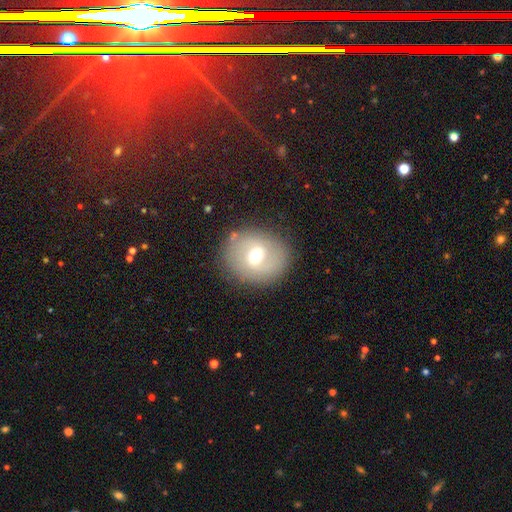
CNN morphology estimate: The model was most divided on "smooth or featured": smooth: 56%, featured or disk: 34%, star or artifact: 10%. More confident: merging — none (82%); how rounded — round (67%).